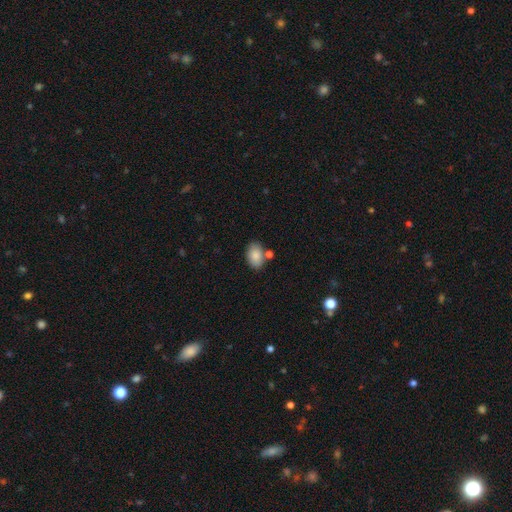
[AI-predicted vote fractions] A smooth galaxy with no disk features (86%) that is in between round and cigar-shaped (87%).

Vote fractions:
- Smooth or featured? smooth: 86% / star or artifact: 7% / featured or disk: 7%
- How rounded? in between: 87% / round: 12% / cigar-shaped: 1%
- Merging? none: 71% / minor disturbance: 14% / merger: 12% / major disturbance: 4%